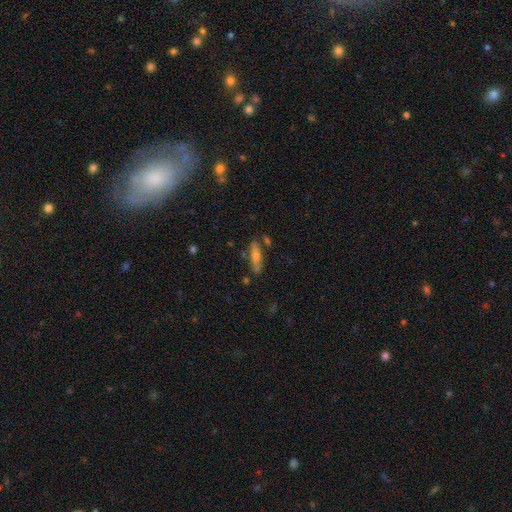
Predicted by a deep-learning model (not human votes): Smooth or featured: smooth — 54% (featured or disk — 38%)
How rounded: cigar-shaped — 65% (in between — 32%)
Merging: none — 75% (minor disturbance — 15%)